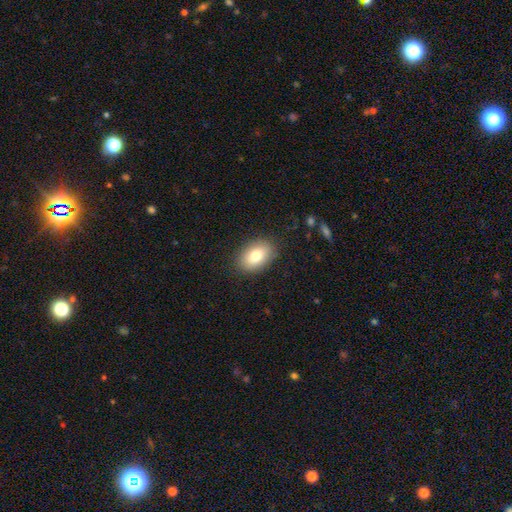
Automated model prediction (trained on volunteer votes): Q: Smooth or featured?
A: smooth (80%); runner-up: featured or disk (12%)
Q: How rounded?
A: in between (87%); runner-up: round (12%)
Q: Merging?
A: none (87%); runner-up: minor disturbance (10%)